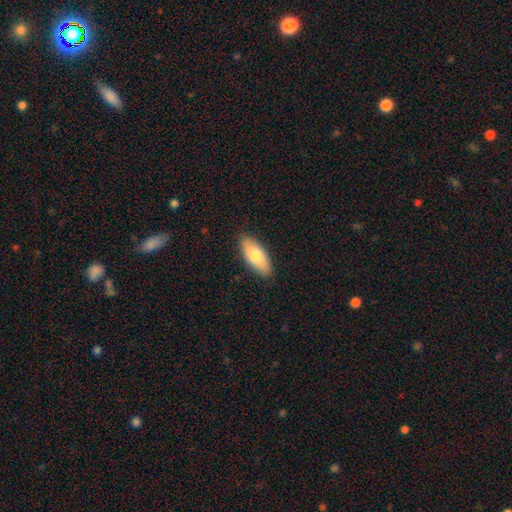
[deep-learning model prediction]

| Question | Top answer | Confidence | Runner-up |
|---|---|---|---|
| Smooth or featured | smooth | 76% | featured or disk (19%) |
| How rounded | in between | 81% | cigar-shaped (17%) |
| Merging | none | 88% | minor disturbance (9%) |